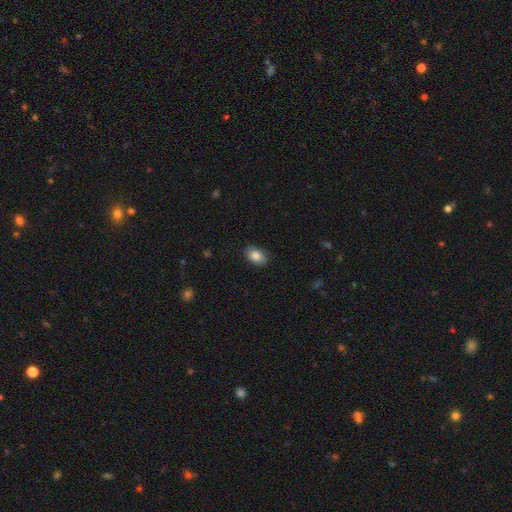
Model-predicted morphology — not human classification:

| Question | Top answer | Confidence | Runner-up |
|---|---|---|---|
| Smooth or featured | smooth | 83% | featured or disk (10%) |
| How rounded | in between | 87% | round (12%) |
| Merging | none | 85% | minor disturbance (11%) |